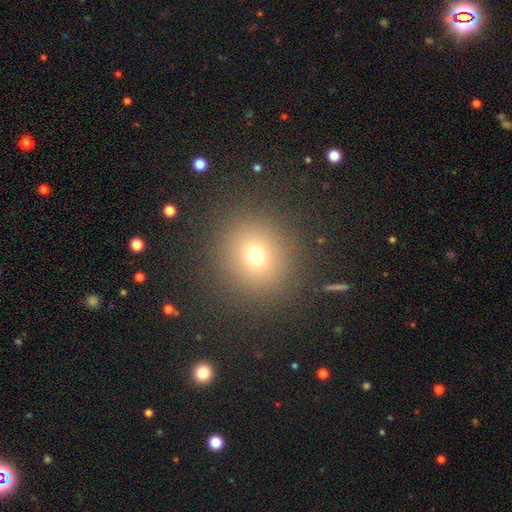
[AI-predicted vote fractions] Q: Smooth or featured?
A: smooth (71%); runner-up: star or artifact (20%)
Q: How rounded?
A: round (91%); runner-up: in between (8%)
Q: Merging?
A: none (89%); runner-up: minor disturbance (6%)